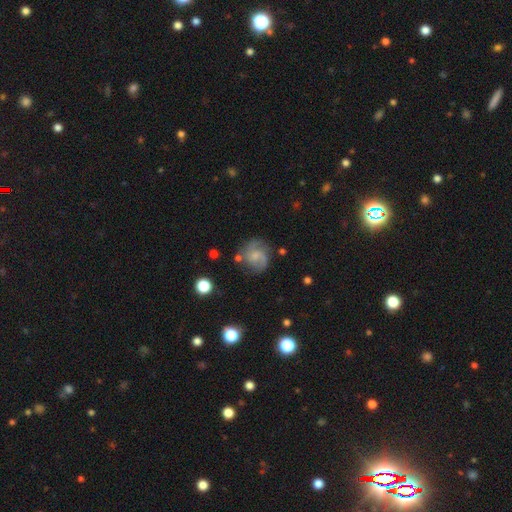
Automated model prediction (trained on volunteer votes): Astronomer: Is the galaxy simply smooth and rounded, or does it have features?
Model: featured or disk — 64%.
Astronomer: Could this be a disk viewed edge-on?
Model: no — 98%.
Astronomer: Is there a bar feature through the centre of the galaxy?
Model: no — 60% (runner-up: weak, 35%).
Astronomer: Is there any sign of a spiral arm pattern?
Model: yes — 90%.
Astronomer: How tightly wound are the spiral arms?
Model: medium — 46% (runner-up: loose, 27%).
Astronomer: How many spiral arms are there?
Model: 2 — 64%.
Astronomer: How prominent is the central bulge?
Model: small — 51%.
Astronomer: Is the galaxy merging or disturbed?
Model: none — 61%.